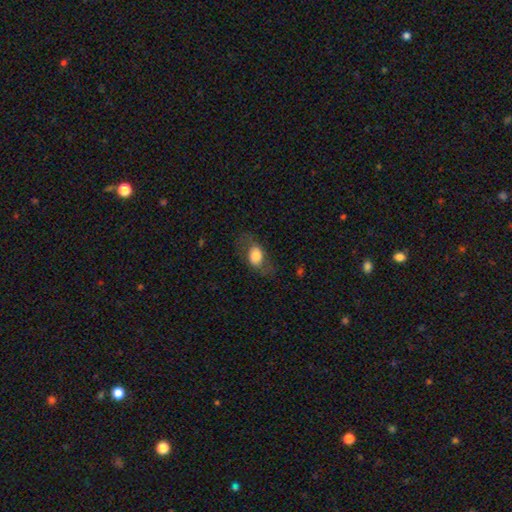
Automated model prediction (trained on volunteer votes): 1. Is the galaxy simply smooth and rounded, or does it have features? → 69% smooth, 23% featured or disk, 8% star or artifact.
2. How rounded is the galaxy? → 80% in between, 17% round, 2% cigar-shaped.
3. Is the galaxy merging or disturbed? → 64% none, 19% minor disturbance, 16% major disturbance, 1% merger.